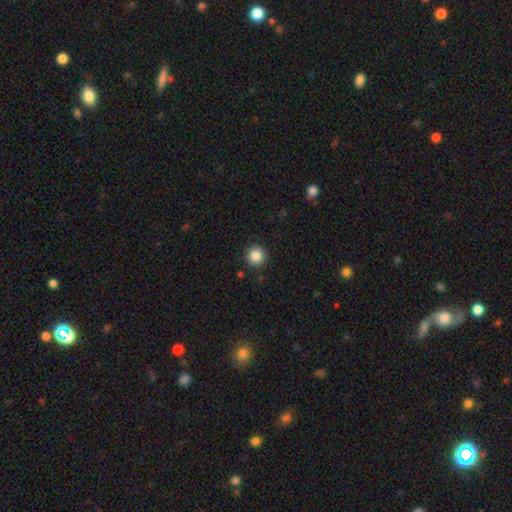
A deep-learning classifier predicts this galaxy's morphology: A smooth galaxy with no disk features (87%) that is round (95%). Merging: none (91%).